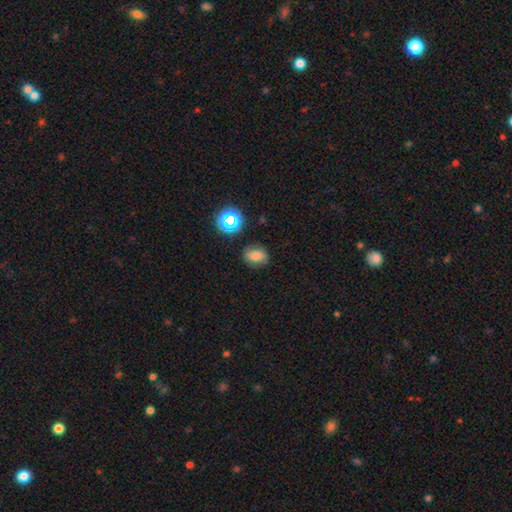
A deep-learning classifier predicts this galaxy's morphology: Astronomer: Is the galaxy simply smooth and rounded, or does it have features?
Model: smooth — 66%.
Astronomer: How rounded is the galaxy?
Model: in between — 62% (runner-up: round, 37%).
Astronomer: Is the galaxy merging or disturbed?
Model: none — 73%.